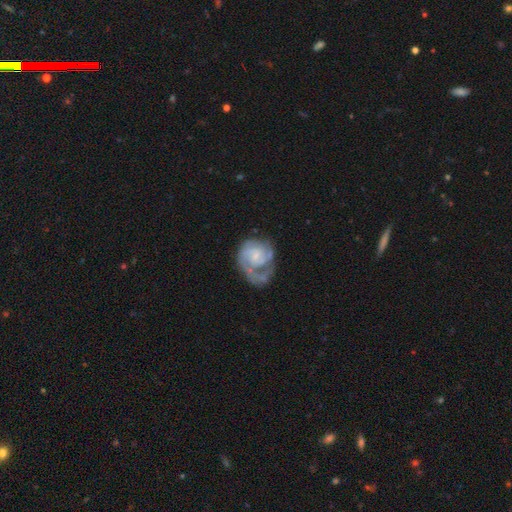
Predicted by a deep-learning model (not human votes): The model was most divided on "merging": none: 38%, major disturbance: 34%, minor disturbance: 22%, merger: 6%. Remaining: edge-on disk — no (98%); spiral arms — yes (88%); smooth or featured — featured or disk (79%); bulge size — small (57%); bar — no (56%); spiral winding — tight (48%); spiral arm count — 2 (36%).